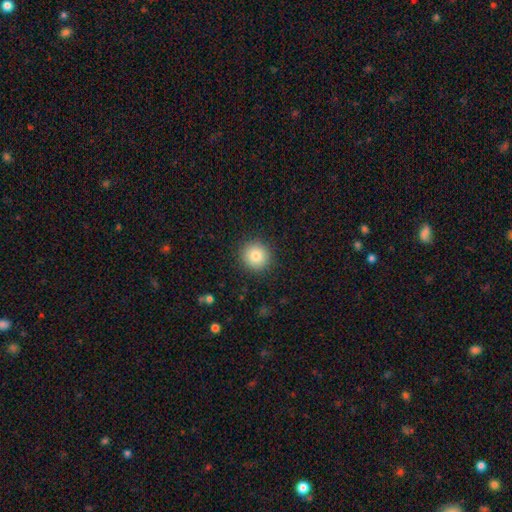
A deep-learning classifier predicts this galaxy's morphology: Overall: smooth (83%). How rounded: round (92%). Merging: none (91%).